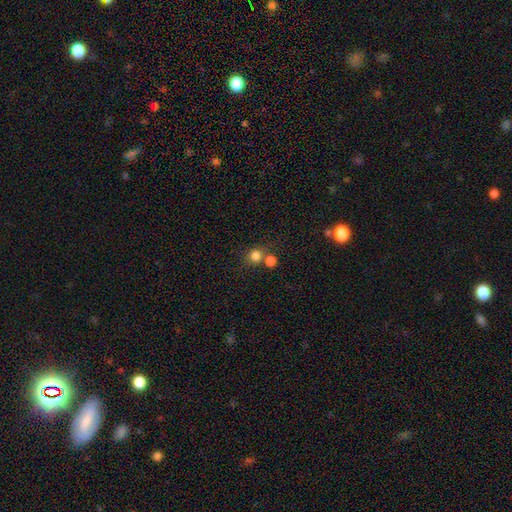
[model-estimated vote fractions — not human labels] Smooth or featured? Predicted: smooth (p=0.79). How rounded? Predicted: round (p=0.88). Merging? Predicted: none (p=0.57).